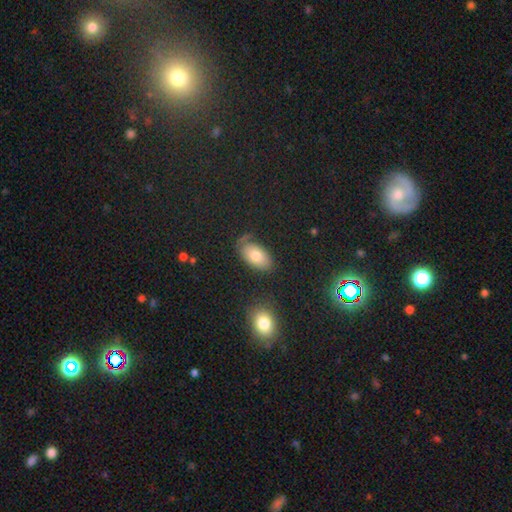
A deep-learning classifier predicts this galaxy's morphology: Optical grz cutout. It shows a smooth galaxy with no disk features (73%) that is in between round and cigar-shaped (91%). Merging: none (74%).